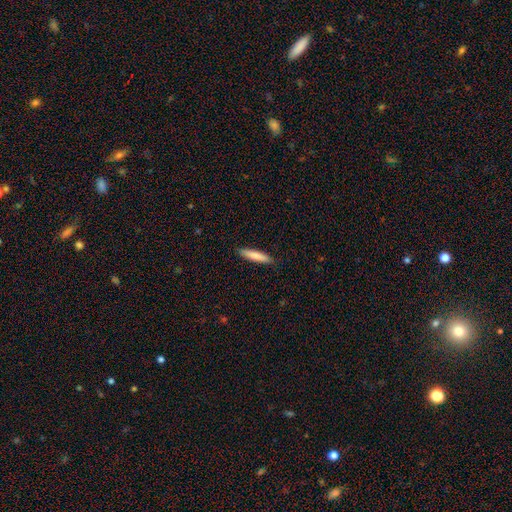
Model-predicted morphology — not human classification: Overall: smooth (81%). How rounded: cigar-shaped (87%). Merging: none (90%).